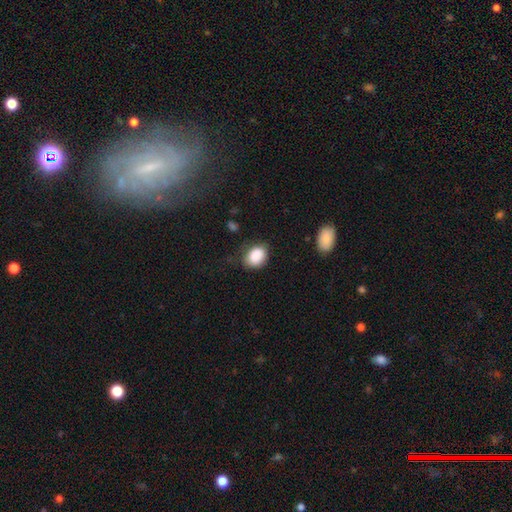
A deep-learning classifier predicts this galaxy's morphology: Smooth or featured?
  - smooth: 88% *
  - star or artifact: 8%
  - featured or disk: 5%
How rounded?
  - in between: 59% *
  - round: 40%
  - cigar-shaped: 1%
Merging?
  - none: 69% *
  - minor disturbance: 23%
  - major disturbance: 6%
  - merger: 2%